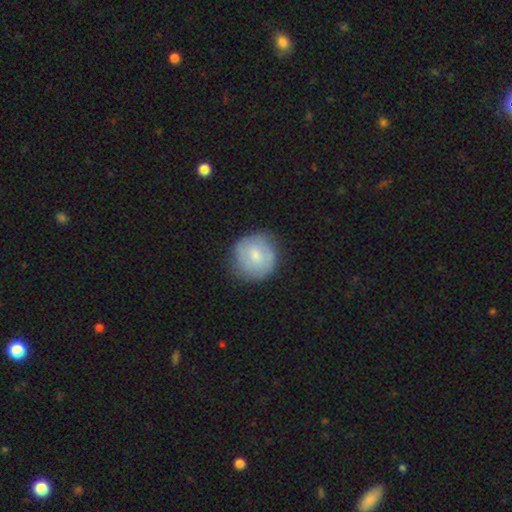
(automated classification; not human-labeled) Smooth or featured? Predicted: smooth (p=0.67). How rounded? Predicted: round (p=0.90). Merging? Predicted: none (p=0.74).